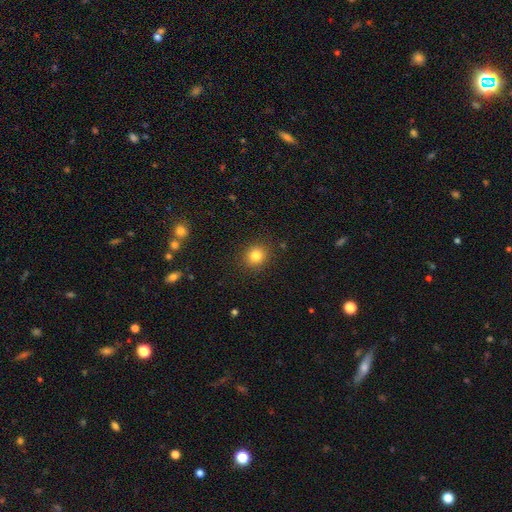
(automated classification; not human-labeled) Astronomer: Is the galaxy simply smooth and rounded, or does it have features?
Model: smooth — 81%.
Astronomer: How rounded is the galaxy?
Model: round — 84%.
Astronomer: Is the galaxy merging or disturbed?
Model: none — 90%.